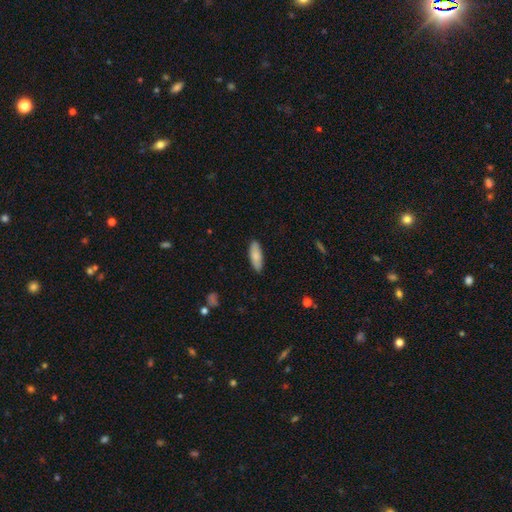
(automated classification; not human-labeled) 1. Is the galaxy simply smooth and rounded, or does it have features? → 84% smooth, 11% featured or disk, 6% star or artifact.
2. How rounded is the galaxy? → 64% in between, 34% cigar-shaped, 2% round.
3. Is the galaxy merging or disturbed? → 87% none, 10% minor disturbance, 2% major disturbance, 1% merger.